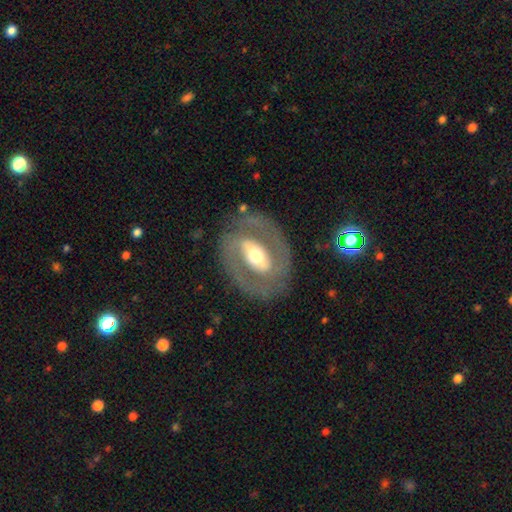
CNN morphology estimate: Overall: featured or disk (76%). Edge-on disk: no (94%). Bar: strong (46%; weak 30%). Spiral arms: yes (58%; no 42%). Bulge size: moderate (64%). Merging: none (77%).